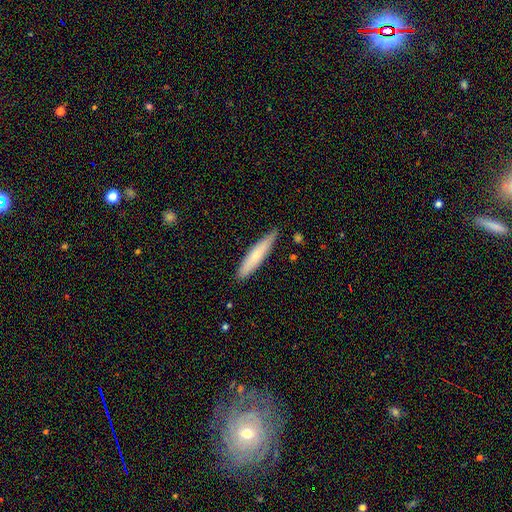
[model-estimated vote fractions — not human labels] The model was most divided on "smooth or featured": smooth: 66%, featured or disk: 28%, star or artifact: 6%. More confident: how rounded — cigar-shaped (87%); merging — none (83%).